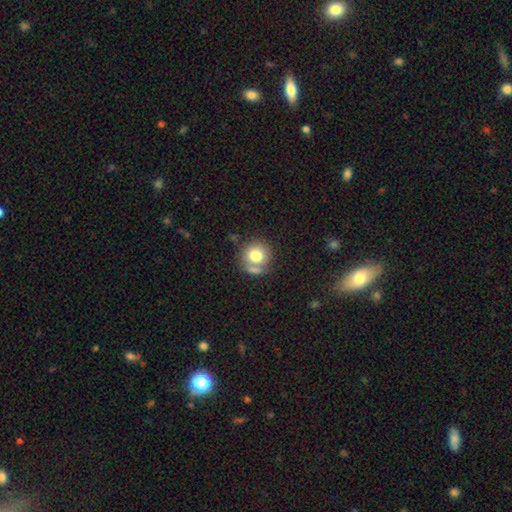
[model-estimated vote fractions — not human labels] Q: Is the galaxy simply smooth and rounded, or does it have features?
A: smooth — 76%.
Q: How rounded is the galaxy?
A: round — 89%.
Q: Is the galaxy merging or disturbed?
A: none — 61%.